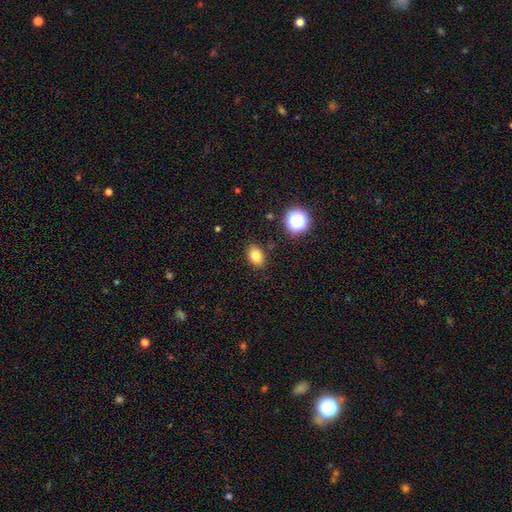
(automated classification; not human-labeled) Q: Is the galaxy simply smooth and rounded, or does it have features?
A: smooth — 81%.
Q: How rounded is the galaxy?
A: in between — 75%.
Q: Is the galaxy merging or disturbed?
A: none — 86%.